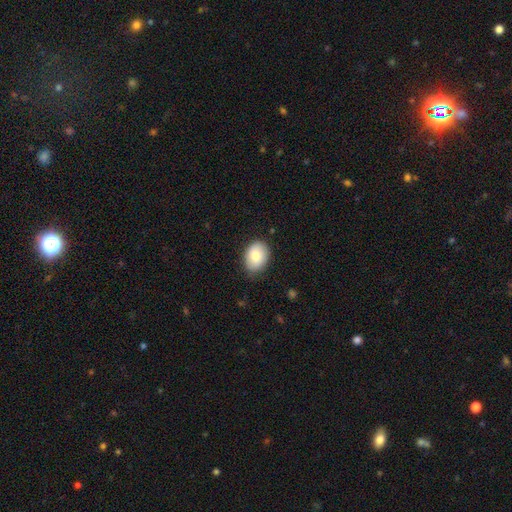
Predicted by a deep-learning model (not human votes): A smooth galaxy with no disk features (82%) that is in between round and cigar-shaped (76%).

Vote fractions:
- Smooth or featured? smooth: 82% / featured or disk: 11% / star or artifact: 7%
- How rounded? in between: 76% / round: 23% / cigar-shaped: 1%
- Merging? none: 81% / minor disturbance: 16% / major disturbance: 3% / merger: 1%